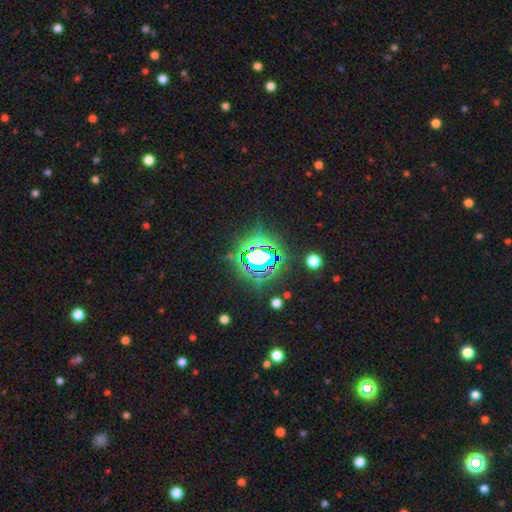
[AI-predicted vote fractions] This appears to be a star or artifact, not a galaxy (74%).